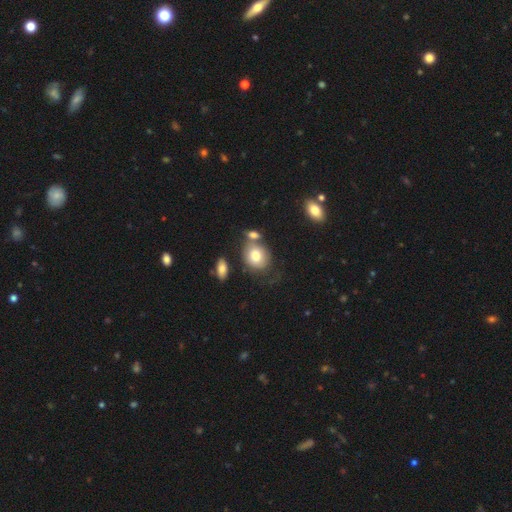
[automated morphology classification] This is likely a smooth galaxy (76%). How rounded: likely round (60%). Merging: possibly none (49%).